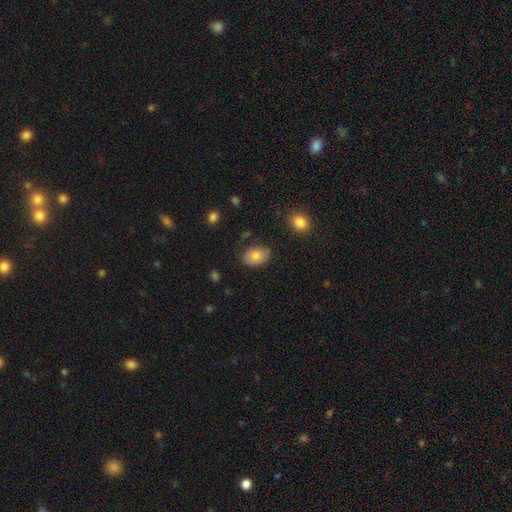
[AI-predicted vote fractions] smooth-or-featured: smooth: 80% | featured or disk: 12% | star or artifact: 8%
  how-rounded: in between: 78% | round: 21% | cigar-shaped: 1%
  merging: none: 77% | minor disturbance: 17% | major disturbance: 4% | merger: 2%